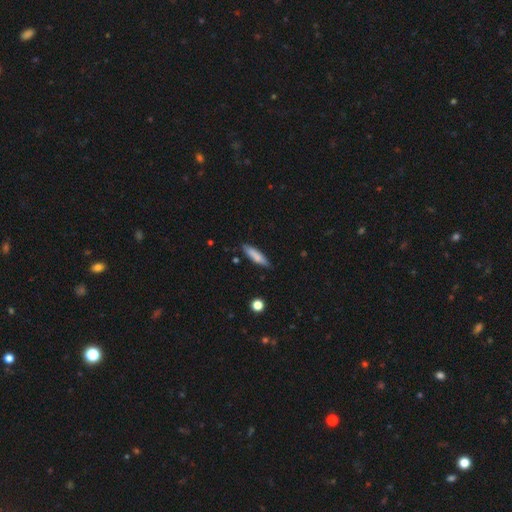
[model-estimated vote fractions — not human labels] smooth_or_featured: smooth (p=0.80) [alt: featured or disk p=0.14]
how_rounded: cigar-shaped (p=0.75) [alt: in between p=0.23]
merging: none (p=0.83) [alt: minor disturbance p=0.14]